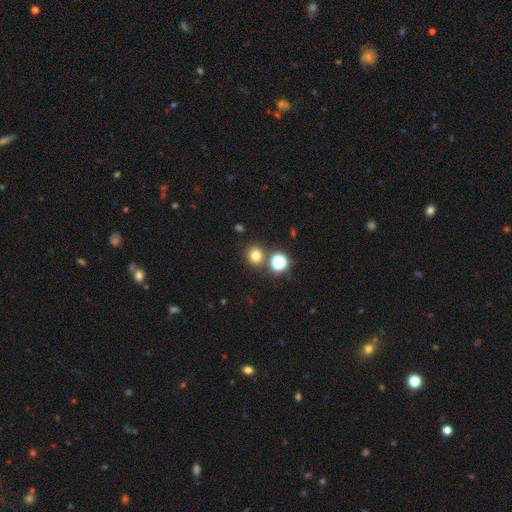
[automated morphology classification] This appears to be a smooth galaxy with no disk features (75%) that is round (89%). Merging: none (80%).